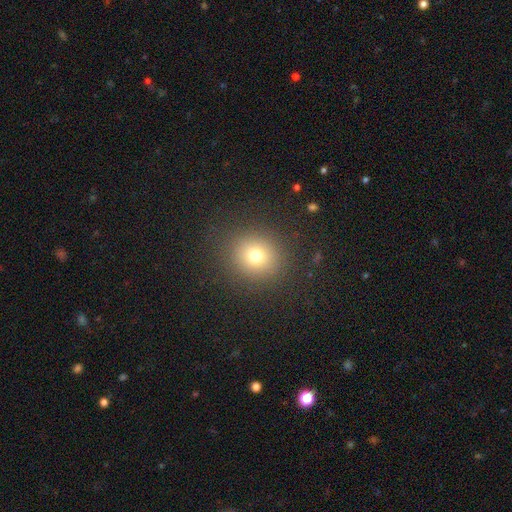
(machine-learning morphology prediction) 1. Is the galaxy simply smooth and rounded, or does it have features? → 73% smooth, 17% star or artifact, 10% featured or disk.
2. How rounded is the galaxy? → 90% round, 9% in between, 1% cigar-shaped.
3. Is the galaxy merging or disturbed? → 88% none, 7% minor disturbance, 4% major disturbance, 1% merger.